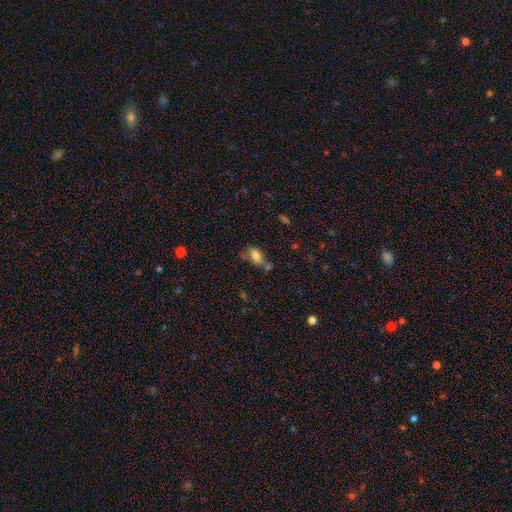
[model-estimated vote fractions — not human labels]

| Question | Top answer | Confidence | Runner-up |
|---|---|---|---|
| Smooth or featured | smooth | 75% | featured or disk (14%) |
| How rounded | in between | 86% | cigar-shaped (8%) |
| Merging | none | 44% | merger (23%) |